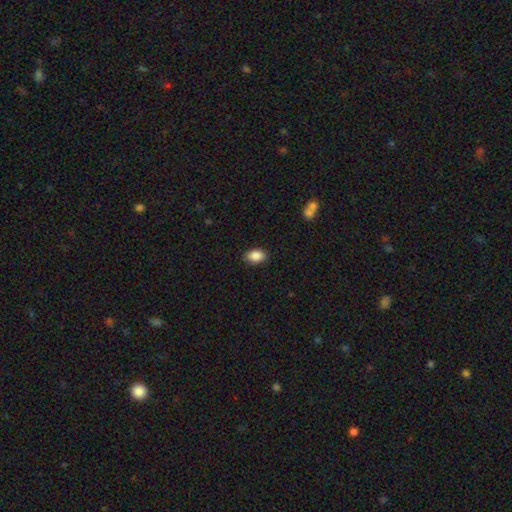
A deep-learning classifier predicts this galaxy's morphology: The model was most divided on "how rounded": in between: 82%, round: 17%, cigar-shaped: 1%. More confident: merging — none (88%); smooth or featured — smooth (88%).